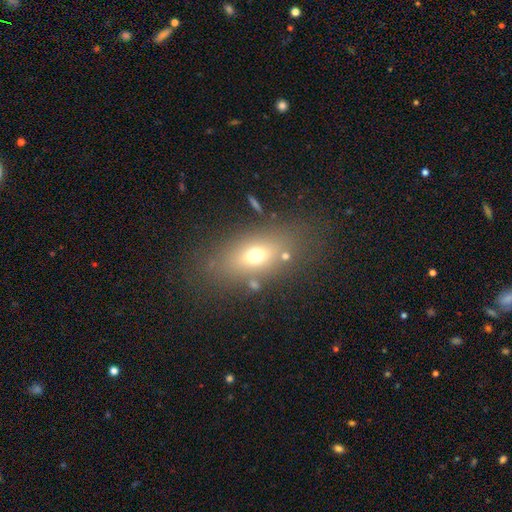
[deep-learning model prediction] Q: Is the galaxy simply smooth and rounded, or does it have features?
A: smooth — 65%.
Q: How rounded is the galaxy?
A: in between — 76%.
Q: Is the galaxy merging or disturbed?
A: none — 74%.